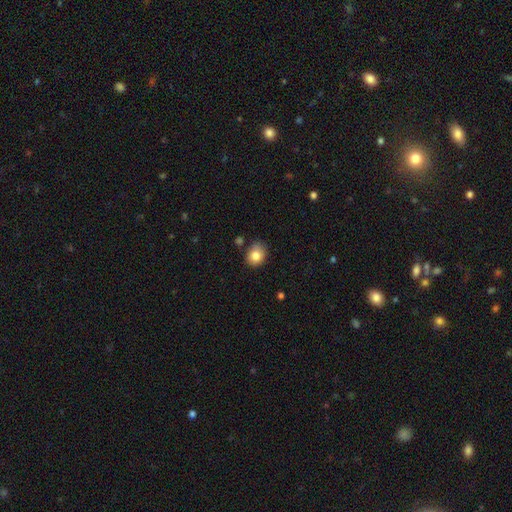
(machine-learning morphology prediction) type=smooth (83%); roundness=round (58%); merging=none (75%).